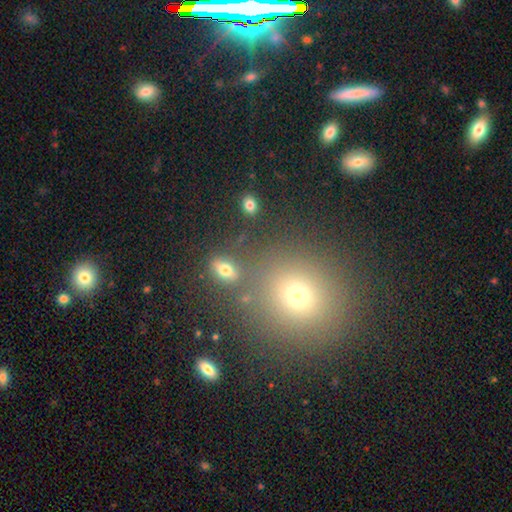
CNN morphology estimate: This appears to be a smooth galaxy with no disk features (60%) that is round (82%). Merging: none (79%).